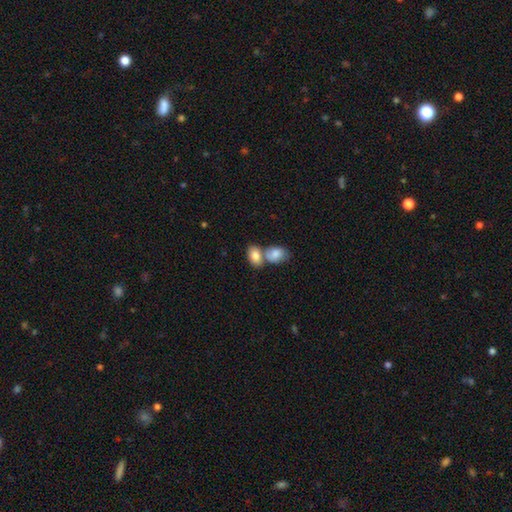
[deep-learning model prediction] Smooth or featured? smooth (82%)
How rounded? in between (87%)
Merging? merger (54%)